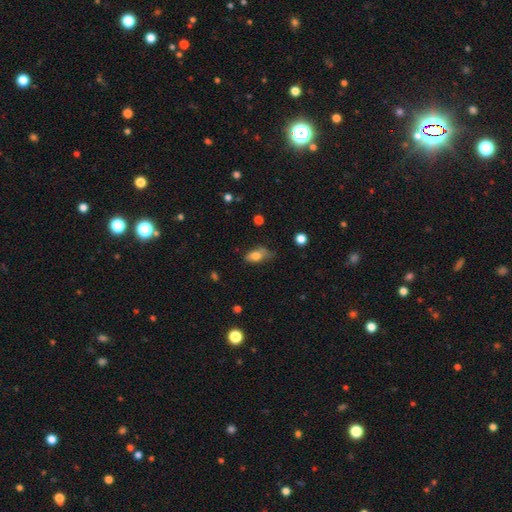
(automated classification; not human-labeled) smooth 76%, featured or disk 15%, star or artifact 9%. Down the decision tree: how rounded — in between (86%); merging — none (48%).